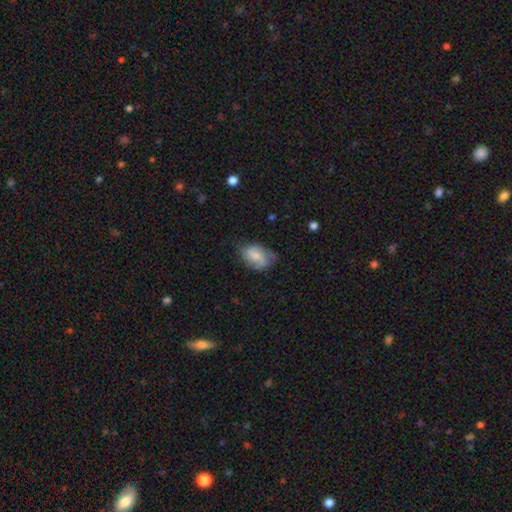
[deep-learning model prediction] A smooth galaxy with no disk features (47%). Merging: none (58%).